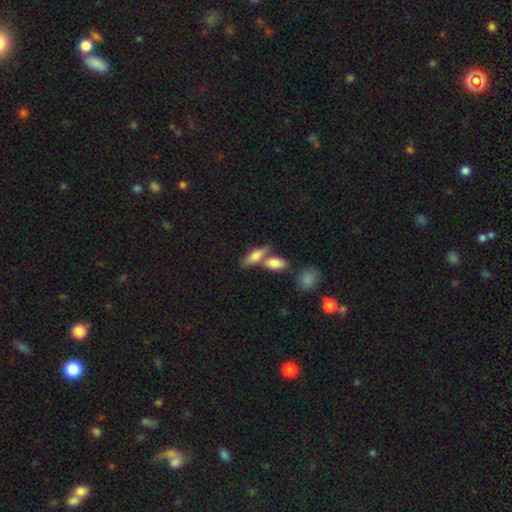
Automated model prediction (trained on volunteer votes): smooth_or_featured: smooth (p=0.68) [alt: featured or disk p=0.25]
how_rounded: in between (p=0.66) [alt: cigar-shaped p=0.30]
merging: none (p=0.46) [alt: merger p=0.39]